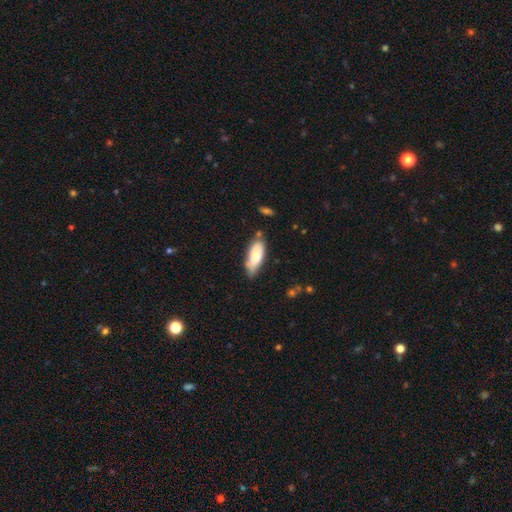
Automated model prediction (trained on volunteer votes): Q: Smooth or featured?
A: smooth (76%); runner-up: featured or disk (18%)
Q: How rounded?
A: in between (78%); runner-up: cigar-shaped (21%)
Q: Merging?
A: none (64%); runner-up: minor disturbance (26%)